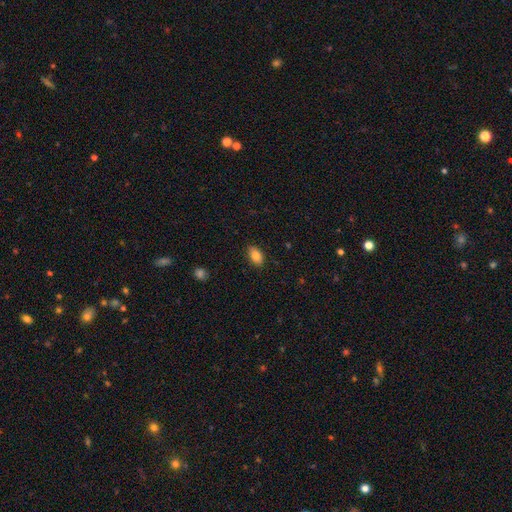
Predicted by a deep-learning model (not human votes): Smooth or featured?
  - smooth: 85% *
  - star or artifact: 8%
  - featured or disk: 7%
How rounded?
  - in between: 91% *
  - round: 7%
  - cigar-shaped: 3%
Merging?
  - none: 85% *
  - minor disturbance: 12%
  - major disturbance: 2%
  - merger: 1%